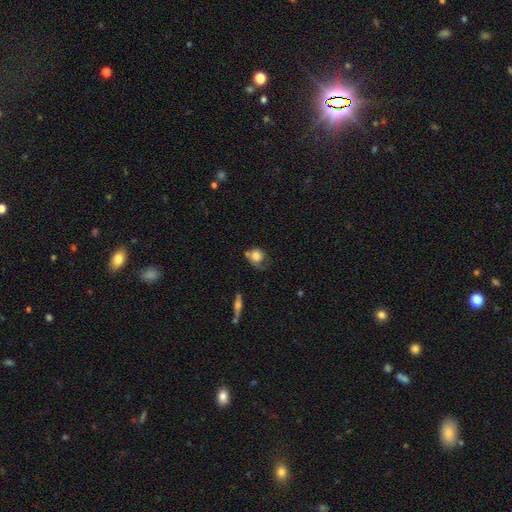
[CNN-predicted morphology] Q: Smooth or featured?
A: smooth (78%); runner-up: featured or disk (14%)
Q: How rounded?
A: round (73%); runner-up: in between (25%)
Q: Merging?
A: none (42%); runner-up: minor disturbance (33%)